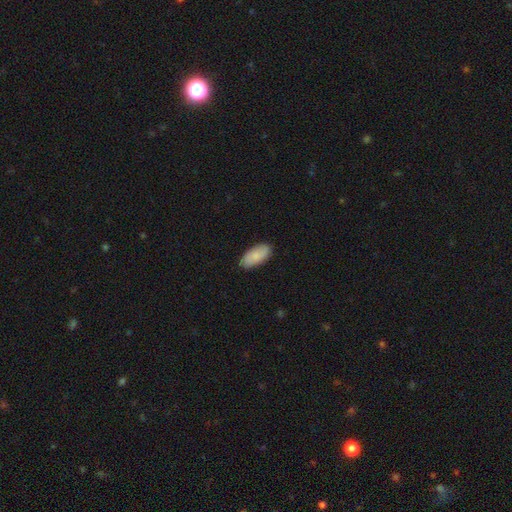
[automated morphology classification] The model was most divided on "merging": none: 86%, minor disturbance: 11%, major disturbance: 2%, merger: 1%. More confident: how rounded — in between (92%); smooth or featured — smooth (85%).